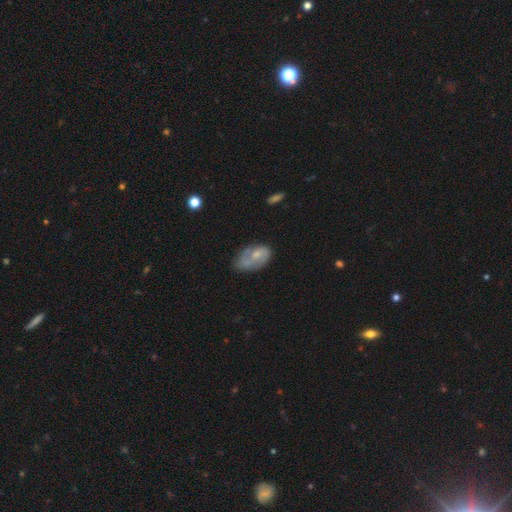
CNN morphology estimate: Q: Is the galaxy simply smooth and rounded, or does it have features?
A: featured or disk — 52%.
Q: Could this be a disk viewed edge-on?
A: no — 96%.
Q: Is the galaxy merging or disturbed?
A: none — 43%.